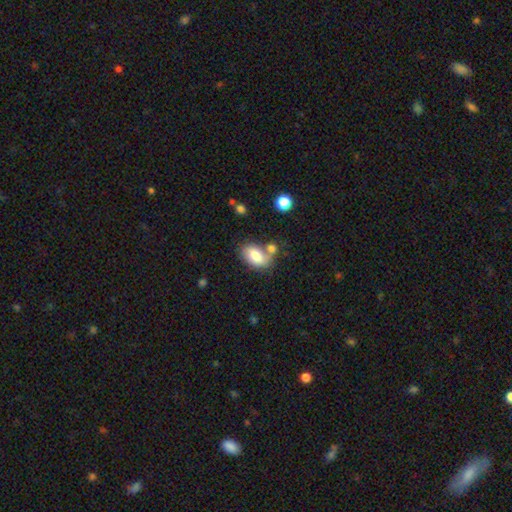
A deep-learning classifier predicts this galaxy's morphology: Smooth or featured? Predicted: smooth (p=0.78). How rounded? Predicted: in between (p=0.90). Merging? Predicted: none (p=0.47).